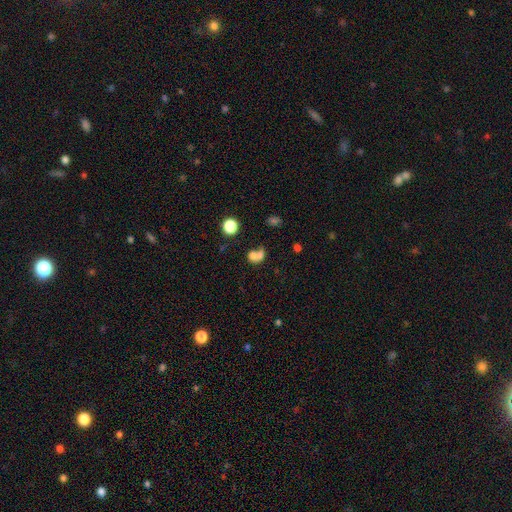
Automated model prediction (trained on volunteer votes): A smooth galaxy with no disk features (68%) that is round (56%). Merging: merger (64%).